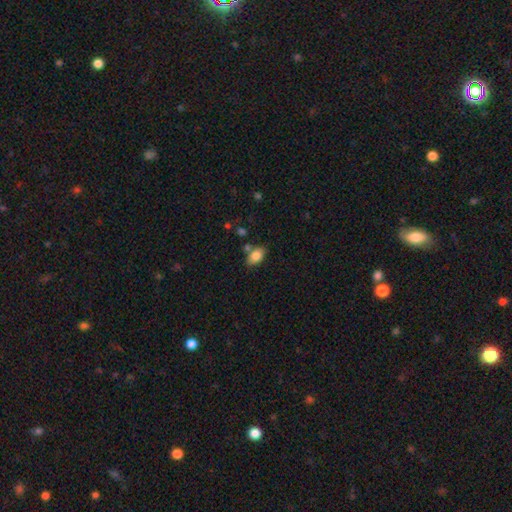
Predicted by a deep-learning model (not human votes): The model was most divided on "merging": none: 68%, minor disturbance: 16%, merger: 13%, major disturbance: 4%. More confident: how rounded — in between (88%); smooth or featured — smooth (83%).